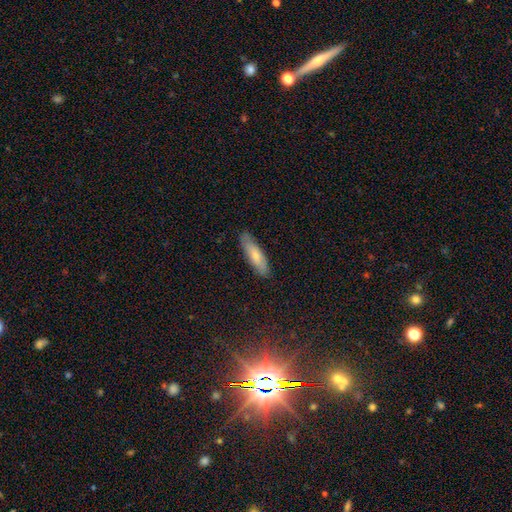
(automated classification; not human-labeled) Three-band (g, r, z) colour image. It shows a smooth galaxy with no disk features (70%) that is cigar-shaped (58%). Merging: none (83%).